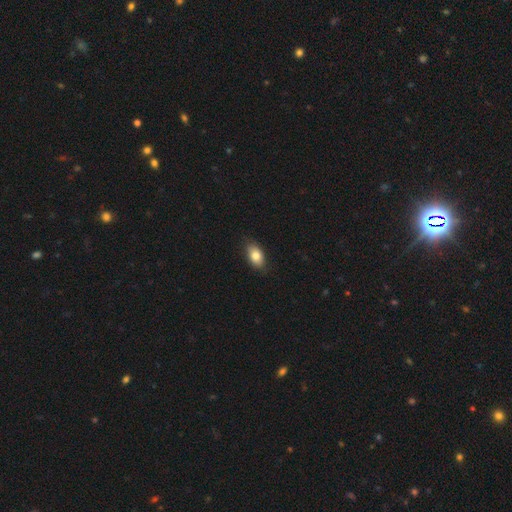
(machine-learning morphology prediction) This is clearly a smooth galaxy (81%). How rounded: clearly in between (90%). Merging: clearly none (84%).